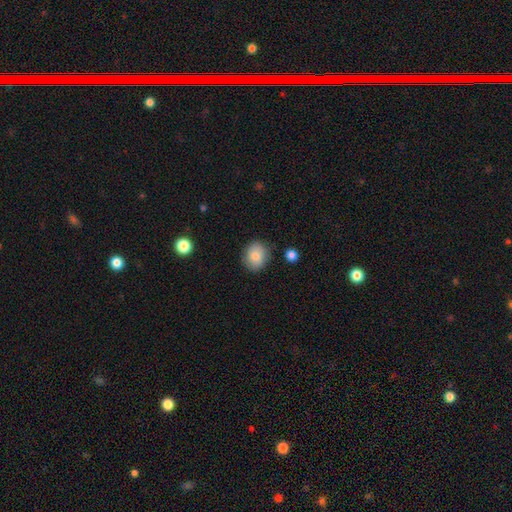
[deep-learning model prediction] Morphology: type=smooth (83%); roundness=round (67%); merging=none (83%).